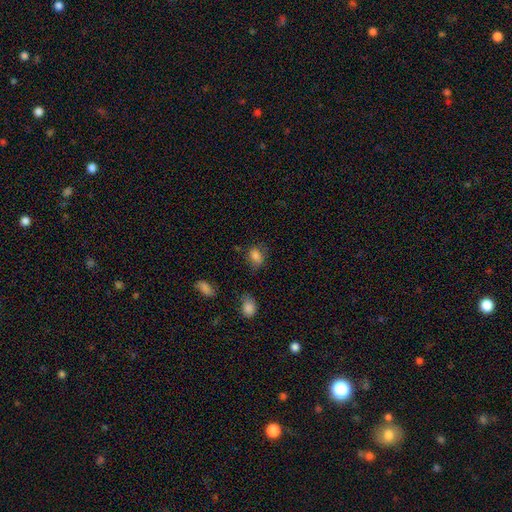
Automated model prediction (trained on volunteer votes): Q: Smooth or featured?
A: smooth (80%); runner-up: star or artifact (13%)
Q: How rounded?
A: in between (67%); runner-up: round (32%)
Q: Merging?
A: none (57%); runner-up: minor disturbance (27%)